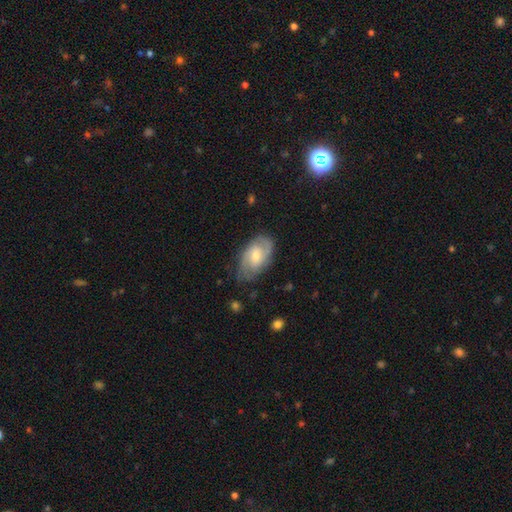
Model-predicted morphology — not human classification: This is likely a featured or disk galaxy (73%). It is clearly not viewed edge-on (96%). Bar: possibly no (48%). Spiral arm pattern: clearly yes (93%). Spiral arm count: likely 2 (61%). Spiral winding: marginally tight (44%). Central bulge: possibly small (47%, tied with moderate). Merging: likely none (72%).